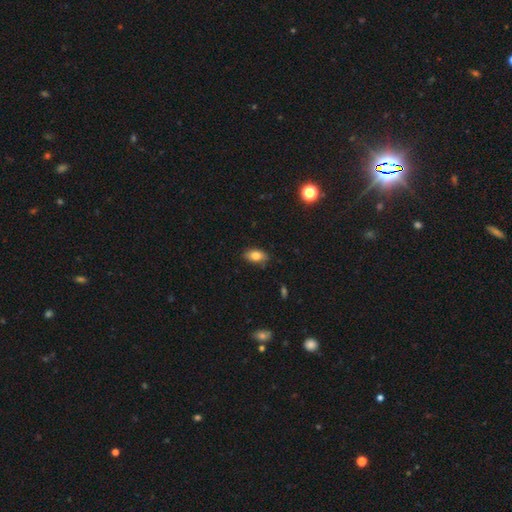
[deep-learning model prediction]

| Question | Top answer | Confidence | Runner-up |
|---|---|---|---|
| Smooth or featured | smooth | 81% | featured or disk (10%) |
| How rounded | in between | 90% | round (7%) |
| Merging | none | 82% | minor disturbance (14%) |